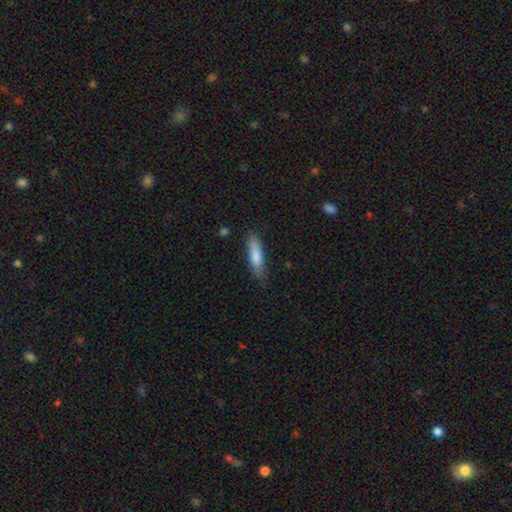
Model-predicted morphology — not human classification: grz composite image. It shows a smooth galaxy with no disk features (75%) that is cigar-shaped (76%). Merging: none (78%).